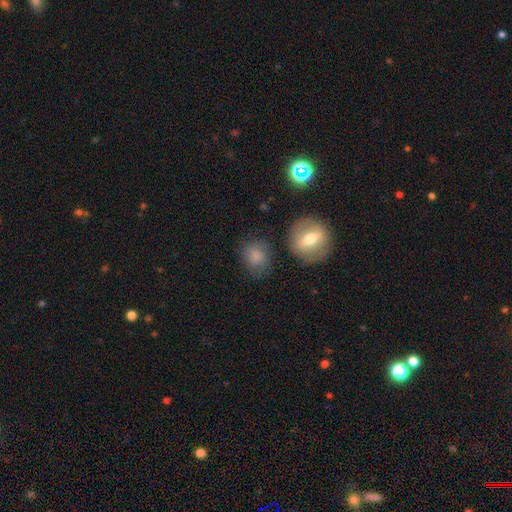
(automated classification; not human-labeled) Smooth or featured? Predicted: smooth (p=0.78). How rounded? Predicted: round (p=0.54). Merging? Predicted: none (p=0.67).